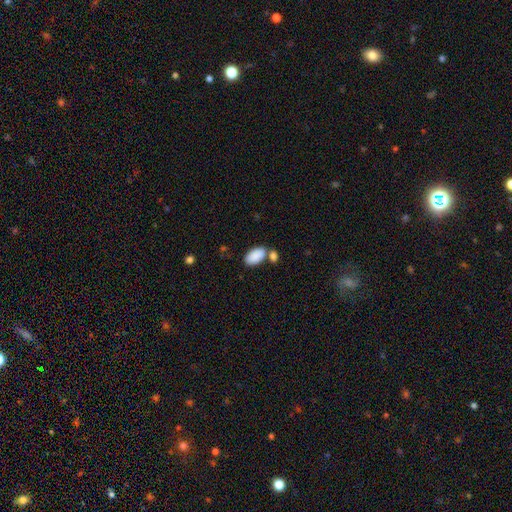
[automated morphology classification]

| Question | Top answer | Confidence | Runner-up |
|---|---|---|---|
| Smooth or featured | smooth | 89% | star or artifact (7%) |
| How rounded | in between | 95% | round (3%) |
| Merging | none | 61% | merger (23%) |